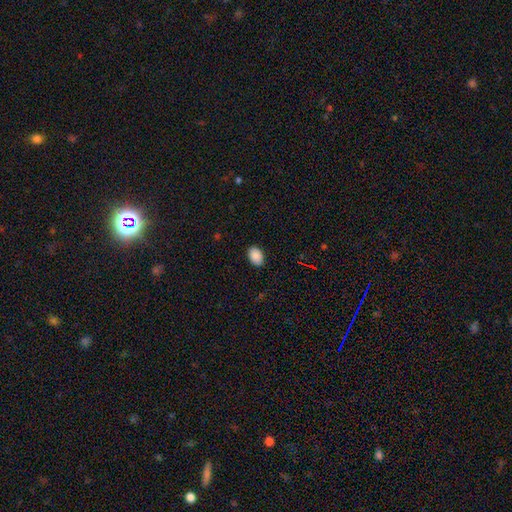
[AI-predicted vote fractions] Overall: smooth (90%). How rounded: in between (87%). Merging: none (89%).